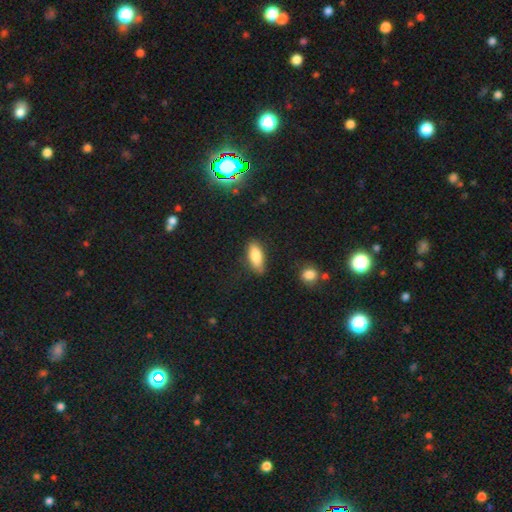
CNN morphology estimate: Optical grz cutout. It shows a smooth galaxy with no disk features (83%) that is in between round and cigar-shaped (77%). Merging: none (77%).